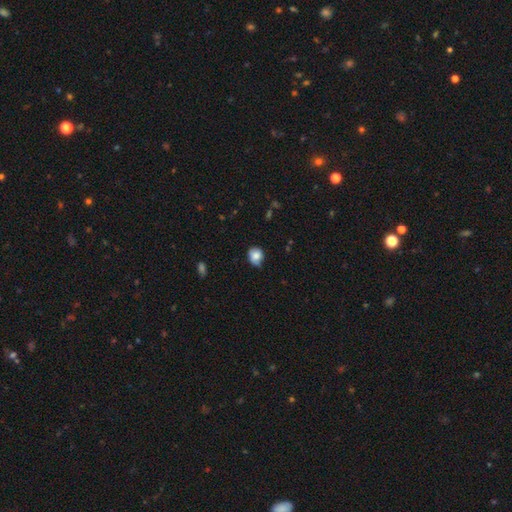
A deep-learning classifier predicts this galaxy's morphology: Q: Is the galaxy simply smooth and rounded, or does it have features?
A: smooth — 79%.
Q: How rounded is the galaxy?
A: round — 65%.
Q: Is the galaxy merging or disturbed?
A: none — 57%.